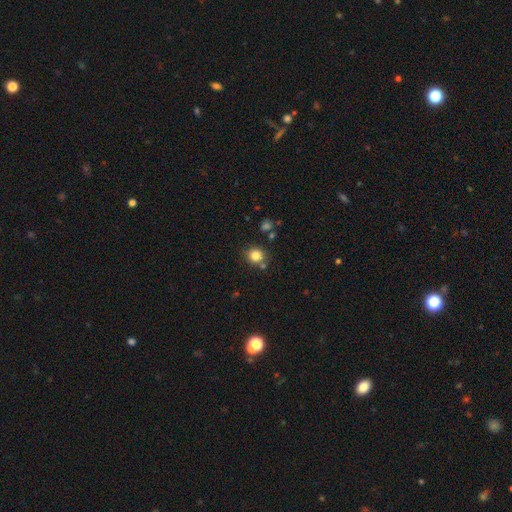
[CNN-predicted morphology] This is clearly a smooth galaxy (81%). How rounded: clearly round (87%). Merging: likely none (78%).